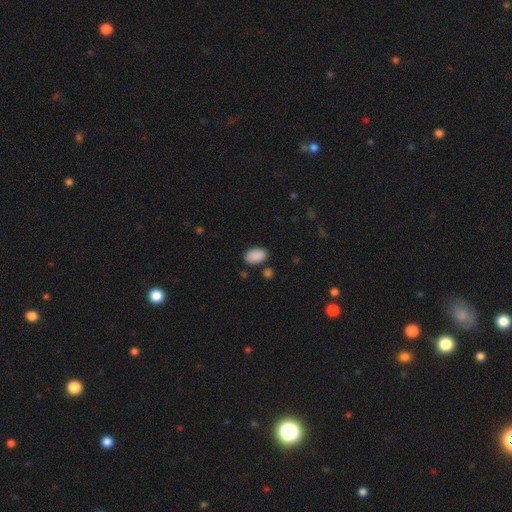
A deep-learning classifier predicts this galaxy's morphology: type=smooth (89%); roundness=in between (91%); merging=none (82%).